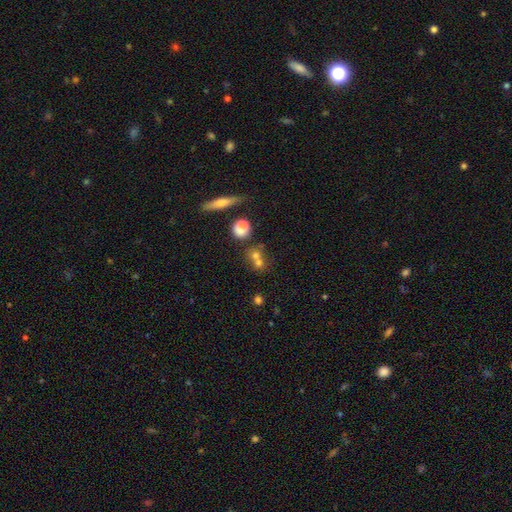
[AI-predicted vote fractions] Q: Smooth or featured?
A: smooth (65%); runner-up: featured or disk (18%)
Q: How rounded?
A: round (71%); runner-up: in between (24%)
Q: Merging?
A: merger (44%); runner-up: none (43%)